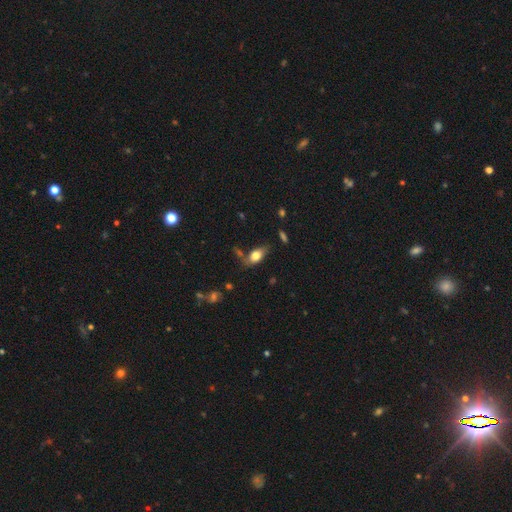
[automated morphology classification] smooth-or-featured: smooth: 75% | featured or disk: 17% | star or artifact: 8%
  how-rounded: in between: 87% | cigar-shaped: 7% | round: 6%
  merging: none: 68% | minor disturbance: 20% | merger: 7% | major disturbance: 5%